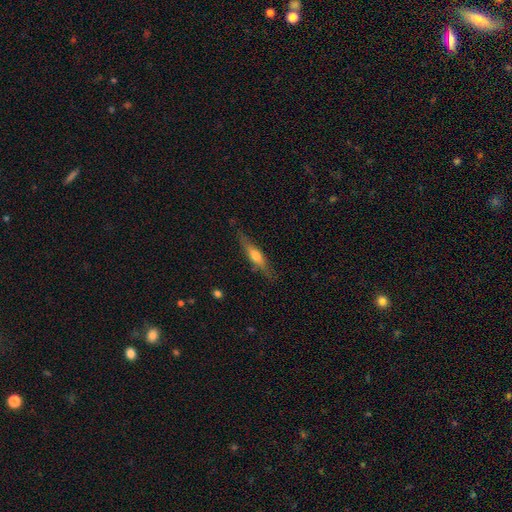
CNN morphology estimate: smooth_or_featured: featured or disk (p=0.51) [alt: smooth p=0.43]
disk_edge_on: yes (p=0.89) [alt: no p=0.11]
merging: none (p=0.79) [alt: minor disturbance p=0.15]